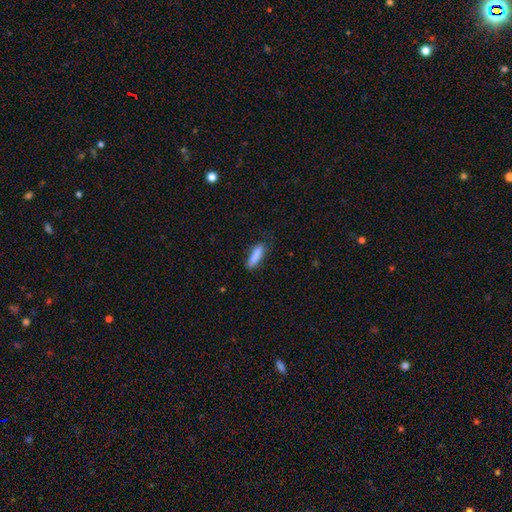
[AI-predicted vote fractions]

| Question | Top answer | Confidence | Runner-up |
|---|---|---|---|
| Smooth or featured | smooth | 84% | featured or disk (10%) |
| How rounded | cigar-shaped | 64% | in between (34%) |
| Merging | none | 74% | minor disturbance (19%) |